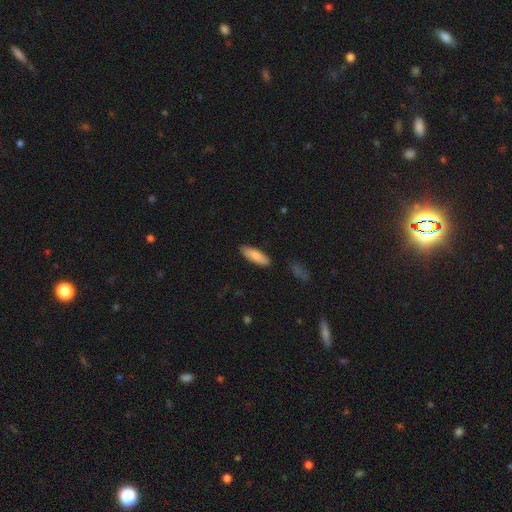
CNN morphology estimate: A smooth galaxy with no disk features (83%) that is in between round and cigar-shaped (59%). Merging: none (87%).